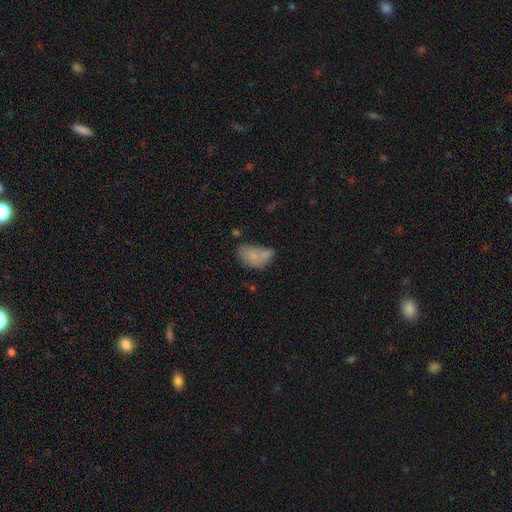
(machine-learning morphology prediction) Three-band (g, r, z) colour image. It shows a smooth galaxy with no disk features (70%) that is in between round and cigar-shaped (86%). Merging: merger (33%).